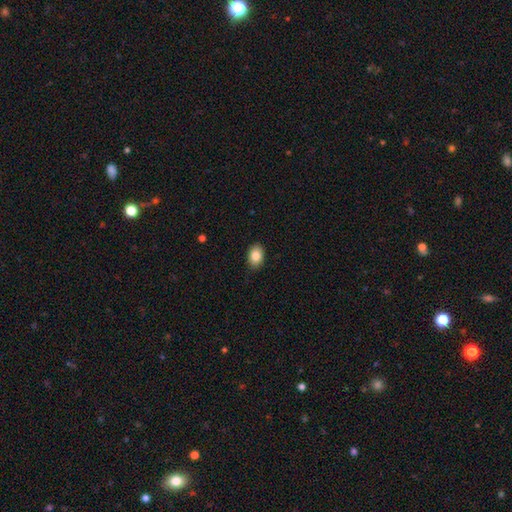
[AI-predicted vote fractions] This appears to be a smooth galaxy with no disk features (86%) that is in between round and cigar-shaped (82%). Merging: none (87%).